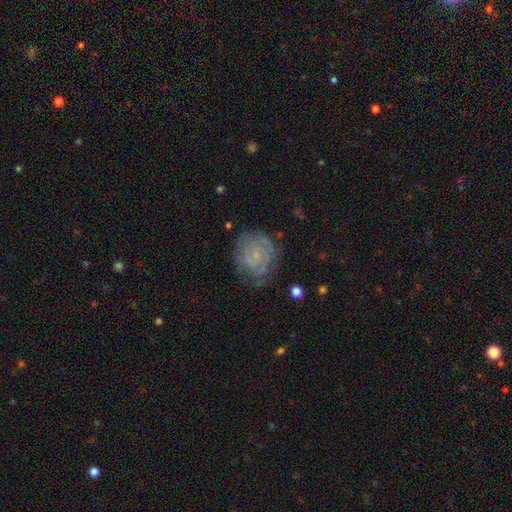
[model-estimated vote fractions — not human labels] smooth_or_featured: featured or disk (p=0.58) [alt: smooth p=0.32]
disk_edge_on: no (p=0.98) [alt: yes p=0.02]
bar: no (p=0.77) [alt: weak p=0.20]
has_spiral_arms: yes (p=0.77) [alt: no p=0.23]
bulge_size: small (p=0.73) [alt: none p=0.15]
merging: none (p=0.62) [alt: minor disturbance p=0.24]